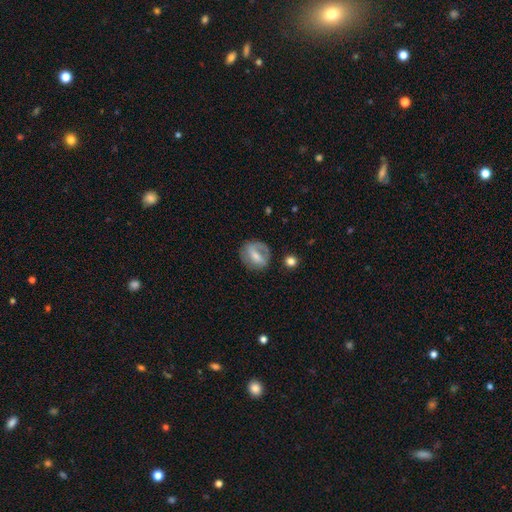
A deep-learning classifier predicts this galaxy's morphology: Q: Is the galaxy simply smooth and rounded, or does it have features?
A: featured or disk — 50%.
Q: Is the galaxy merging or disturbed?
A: none — 64%.